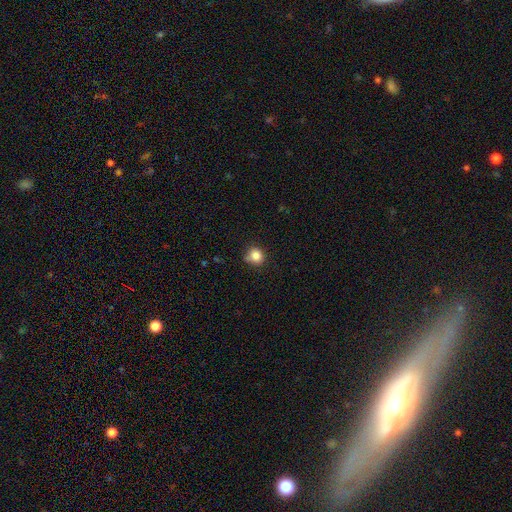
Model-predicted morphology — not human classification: smooth_or_featured: smooth (p=0.84) [alt: star or artifact p=0.11]
how_rounded: round (p=0.84) [alt: in between p=0.15]
merging: none (p=0.74) [alt: minor disturbance p=0.17]